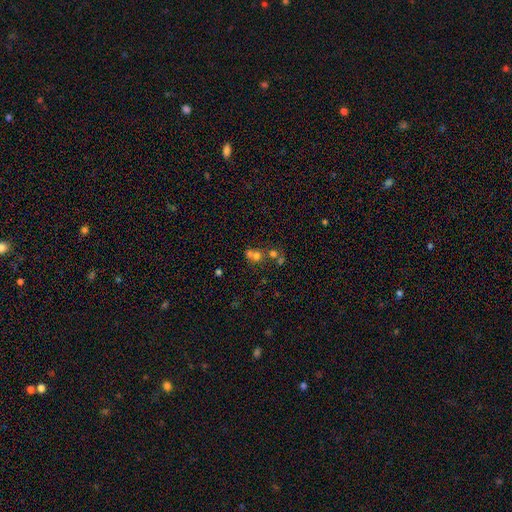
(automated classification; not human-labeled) Smooth or featured: smooth — 61% (star or artifact — 20%)
How rounded: round — 80% (in between — 18%)
Merging: merger — 54% (none — 36%)